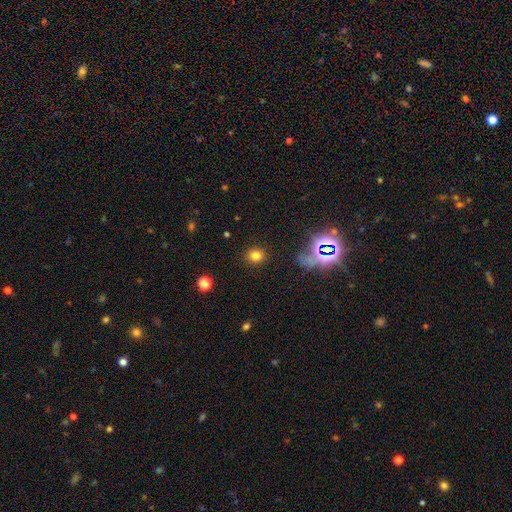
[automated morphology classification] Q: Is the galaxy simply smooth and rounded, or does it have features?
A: smooth — 76%.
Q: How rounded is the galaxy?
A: round — 82%.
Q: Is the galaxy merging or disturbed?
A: none — 89%.